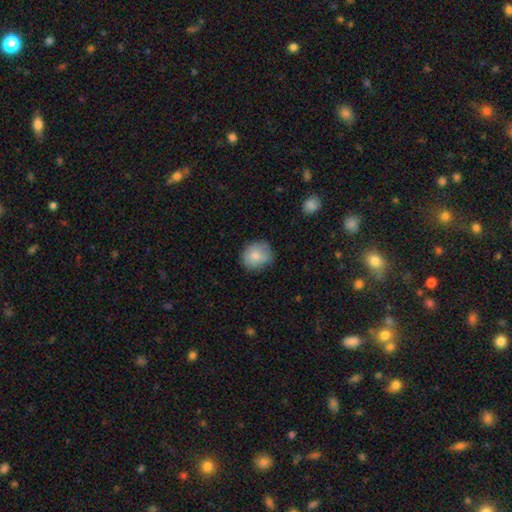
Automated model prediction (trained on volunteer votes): A smooth galaxy with no disk features (82%) that is round (77%).

Vote fractions:
- Smooth or featured? smooth: 82% / featured or disk: 10% / star or artifact: 8%
- How rounded? round: 77% / in between: 22% / cigar-shaped: 1%
- Merging? none: 72% / minor disturbance: 22% / major disturbance: 5% / merger: 2%